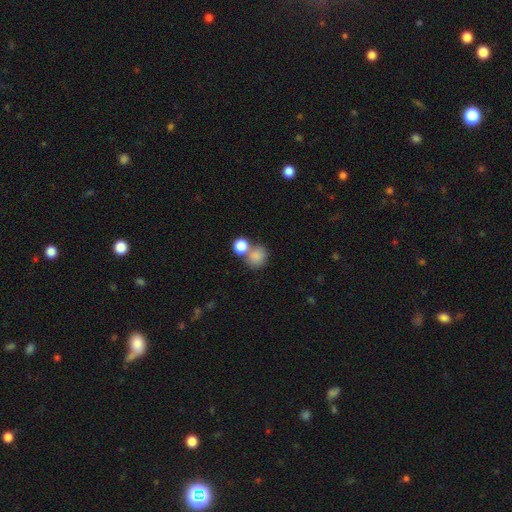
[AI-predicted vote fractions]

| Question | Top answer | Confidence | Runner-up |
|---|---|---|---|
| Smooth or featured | smooth | 83% | star or artifact (10%) |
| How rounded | round | 77% | in between (22%) |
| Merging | none | 48% | merger (38%) |